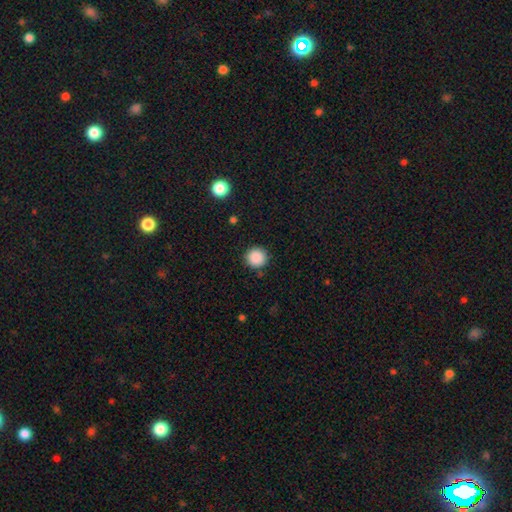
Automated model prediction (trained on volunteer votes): A smooth galaxy with no disk features (88%) that is round (95%).

Vote fractions:
- Smooth or featured? smooth: 88% / star or artifact: 9% / featured or disk: 2%
- How rounded? round: 95% / in between: 4% / cigar-shaped: 1%
- Merging? none: 90% / minor disturbance: 7% / major disturbance: 2% / merger: 1%